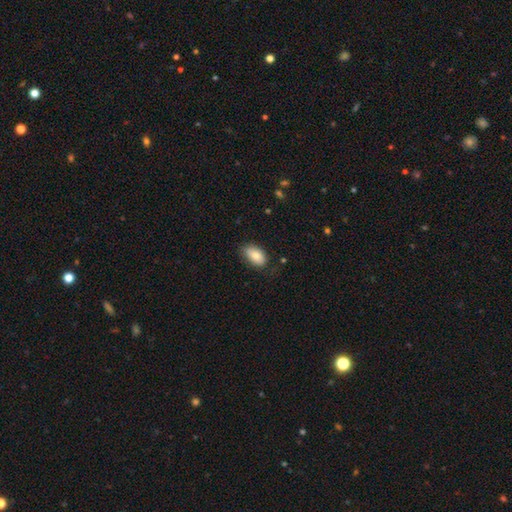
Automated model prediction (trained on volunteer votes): A smooth galaxy with no disk features (84%) that is in between round and cigar-shaped (93%). Merging: none (74%).